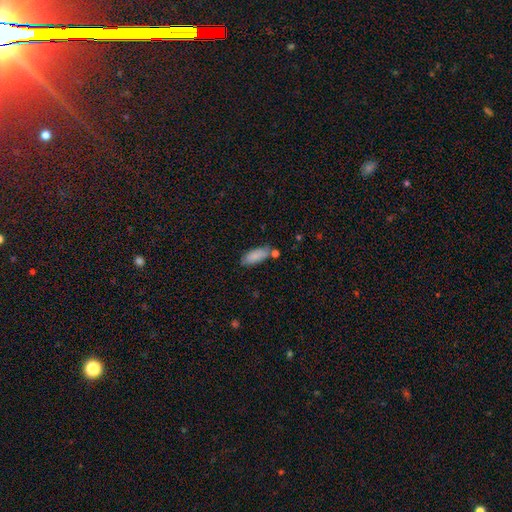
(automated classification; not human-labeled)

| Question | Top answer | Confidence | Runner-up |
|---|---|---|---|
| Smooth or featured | smooth | 86% | featured or disk (8%) |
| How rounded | in between | 81% | cigar-shaped (17%) |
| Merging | none | 66% | minor disturbance (18%) |